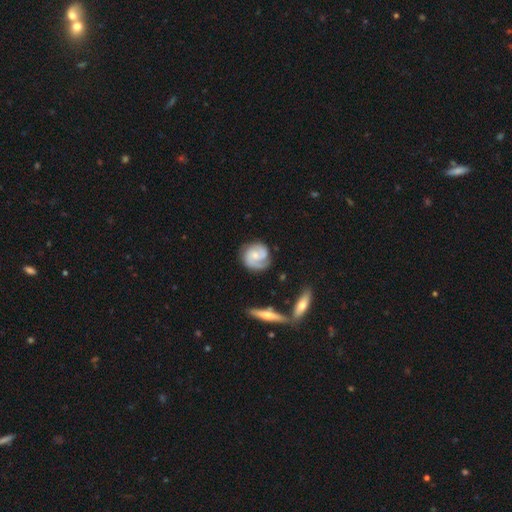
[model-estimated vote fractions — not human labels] Overall: featured or disk (76%). Edge-on disk: no (97%). Bar: no (65%; weak 29%). Spiral arms: yes (96%). Spiral arm count: 2 (63%). Spiral winding: tight (50%; medium 38%). Bulge size: small (54%; moderate 32%). Merging: none (73%).